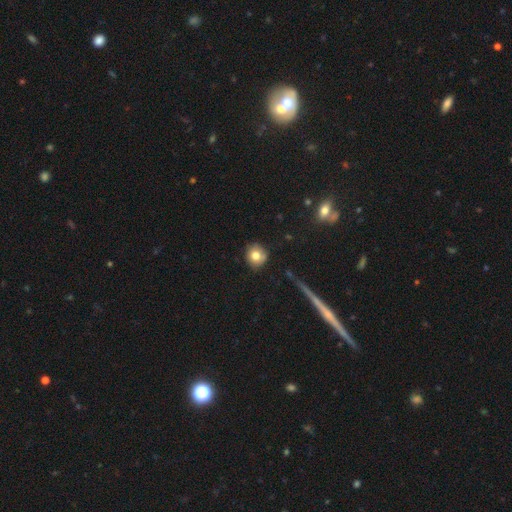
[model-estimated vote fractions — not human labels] Smooth or featured? smooth (77%)
How rounded? round (89%)
Merging? none (82%)